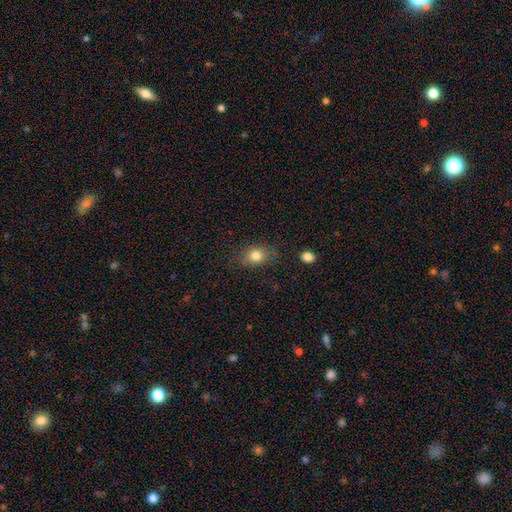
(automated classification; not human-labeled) A smooth galaxy with no disk features (81%) that is in between round and cigar-shaped (55%). Merging: none (79%).